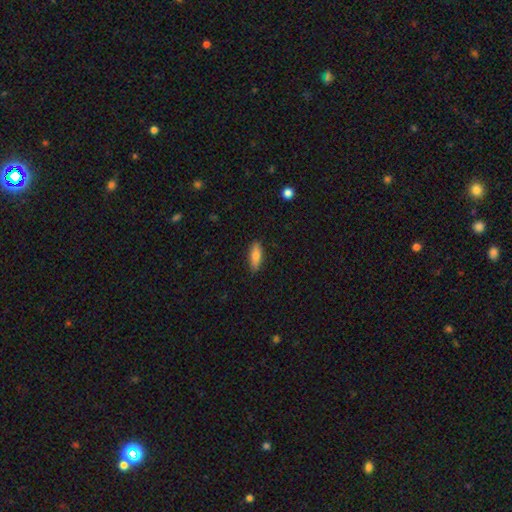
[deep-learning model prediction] smooth 76%, featured or disk 17%, star or artifact 6%. Down the decision tree: how rounded — in between (59%); merging — none (86%).